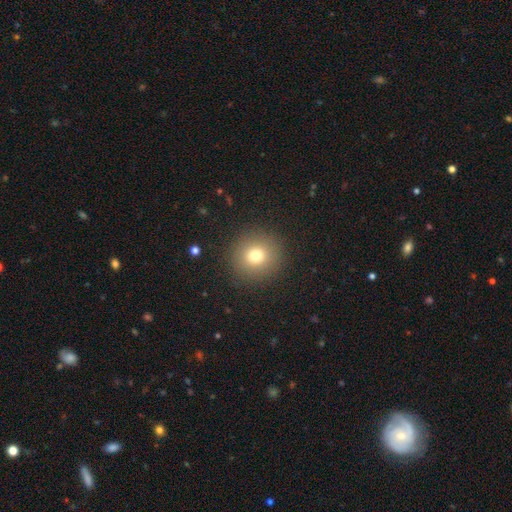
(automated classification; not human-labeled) This appears to be a smooth galaxy with no disk features (75%) that is round (94%). Merging: none (90%).